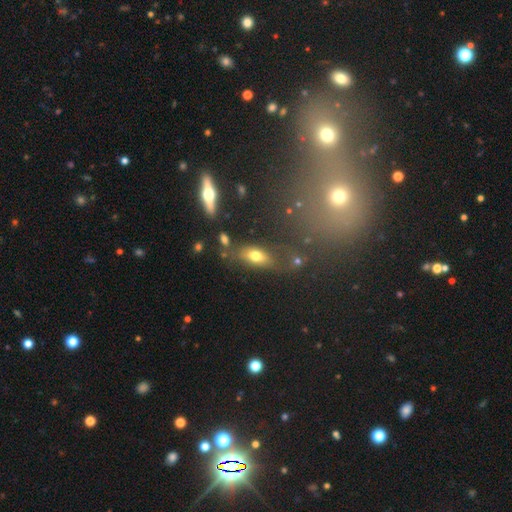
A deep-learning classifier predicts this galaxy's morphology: smooth_or_featured: smooth (p=0.71) [alt: featured or disk p=0.19]
how_rounded: in between (p=0.80) [alt: cigar-shaped p=0.13]
merging: none (p=0.65) [alt: minor disturbance p=0.19]